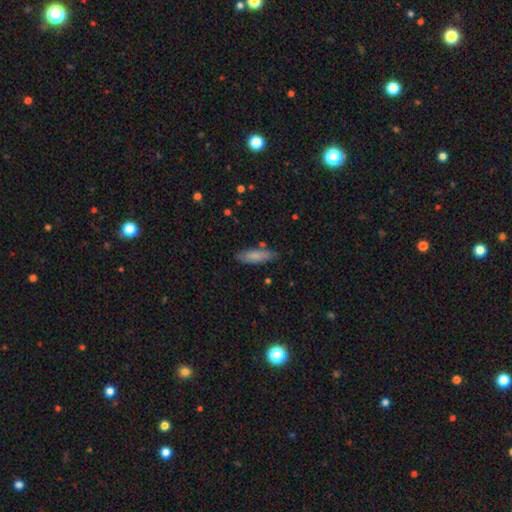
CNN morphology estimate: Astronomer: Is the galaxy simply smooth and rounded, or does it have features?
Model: smooth — 80%.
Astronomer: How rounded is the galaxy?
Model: cigar-shaped — 53% (runner-up: in between, 45%).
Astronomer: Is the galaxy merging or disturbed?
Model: none — 81%.